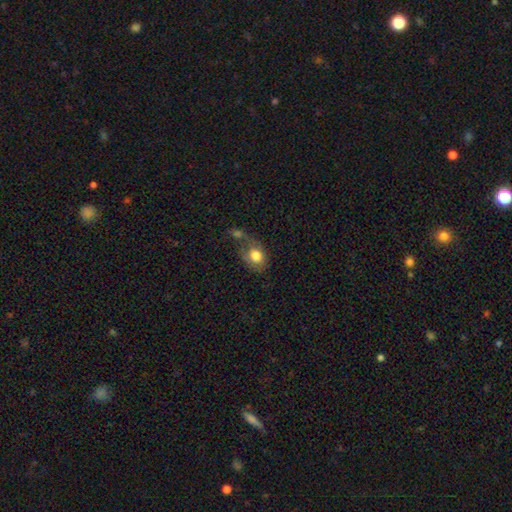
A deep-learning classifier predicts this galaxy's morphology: Smooth or featured?
  - smooth: 76% *
  - featured or disk: 17%
  - star or artifact: 7%
How rounded?
  - in between: 66% *
  - round: 33%
  - cigar-shaped: 1%
Merging?
  - none: 30% *
  - merger: 29%
  - major disturbance: 21%
  - minor disturbance: 21%